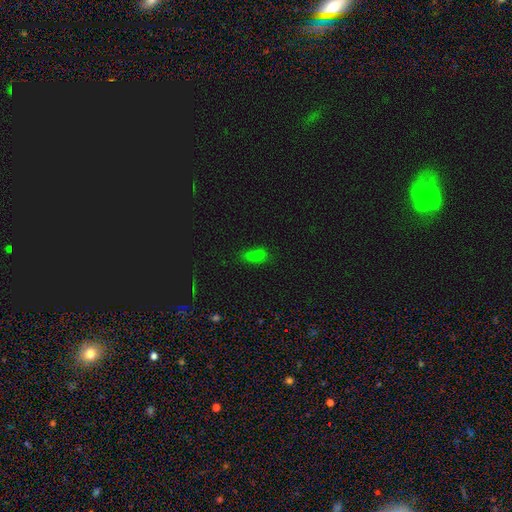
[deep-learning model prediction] Smooth or featured? Predicted: smooth (p=0.71). How rounded? Predicted: in between (p=0.79). Merging? Predicted: none (p=0.55).